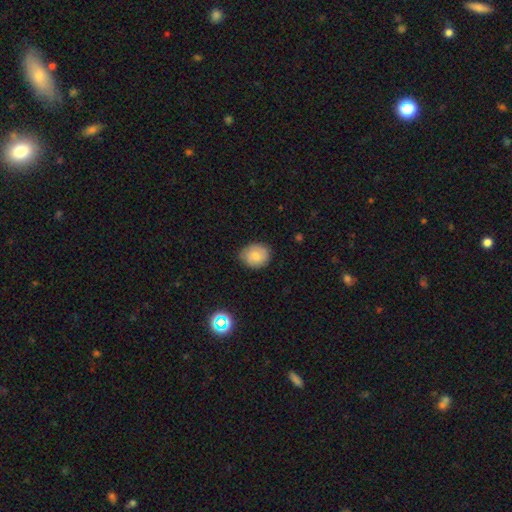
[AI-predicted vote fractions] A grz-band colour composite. It shows a smooth galaxy with no disk features (76%) that is round (64%). Merging: none (78%).